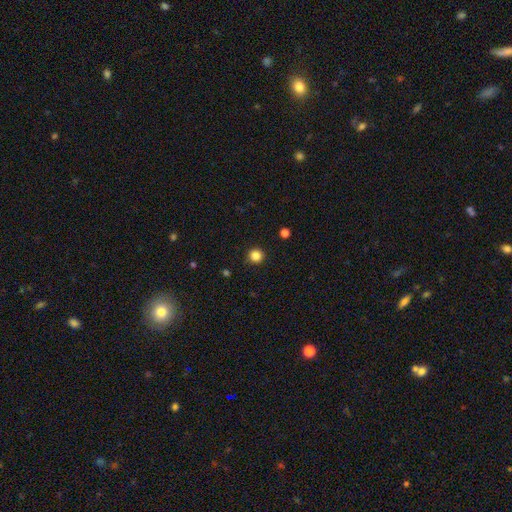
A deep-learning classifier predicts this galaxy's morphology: This appears to be a smooth galaxy with no disk features (84%) that is round (95%). Merging: none (91%).